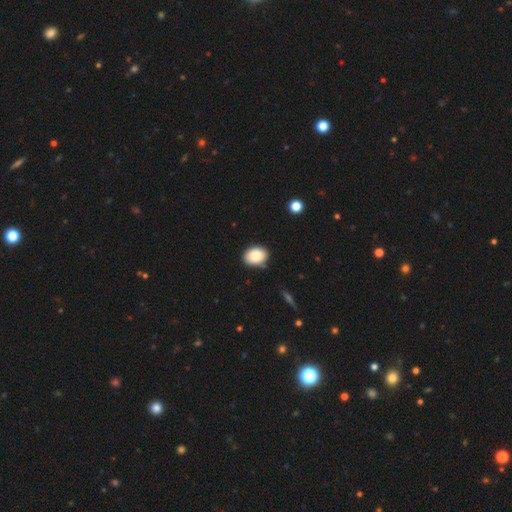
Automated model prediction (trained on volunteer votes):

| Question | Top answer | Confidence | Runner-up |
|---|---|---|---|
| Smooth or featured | smooth | 88% | star or artifact (7%) |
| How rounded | in between | 73% | round (26%) |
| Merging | none | 82% | minor disturbance (14%) |